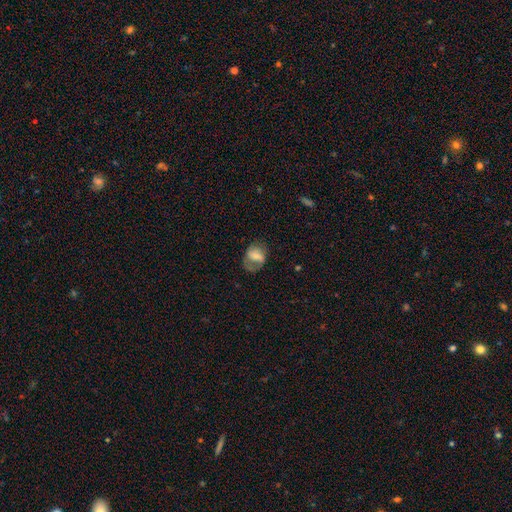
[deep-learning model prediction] Morphology: type=smooth (55%); roundness=in between (64%); merging=none (43%).